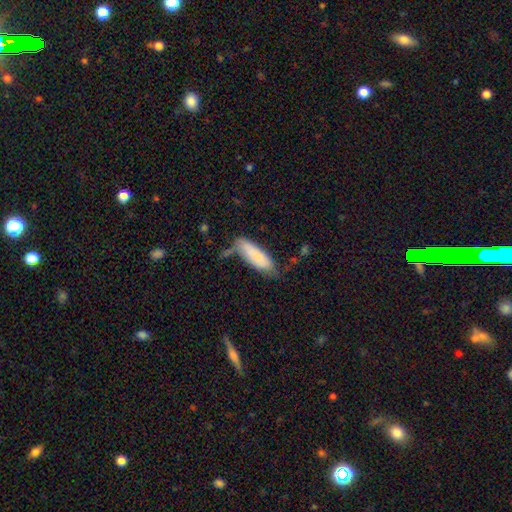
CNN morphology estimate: type=smooth (77%); roundness=in between (59%); merging=none (51%).